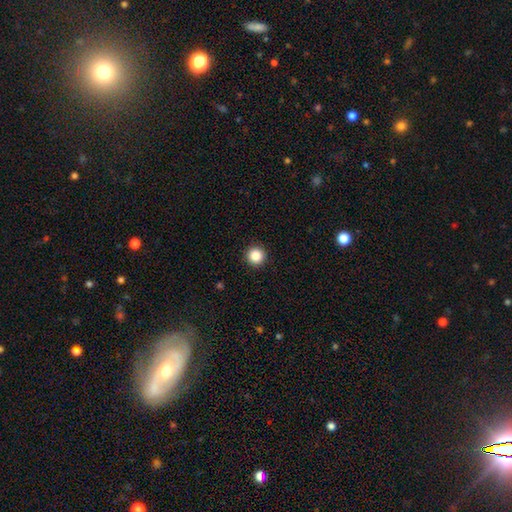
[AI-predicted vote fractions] The model was most divided on "smooth or featured": smooth: 85%, star or artifact: 11%, featured or disk: 4%. More confident: how rounded — round (96%); merging — none (94%).